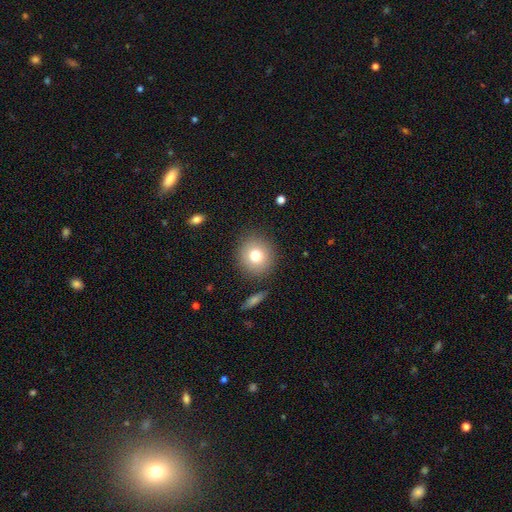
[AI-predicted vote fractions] Overall: smooth (76%). How rounded: round (90%). Merging: none (87%).